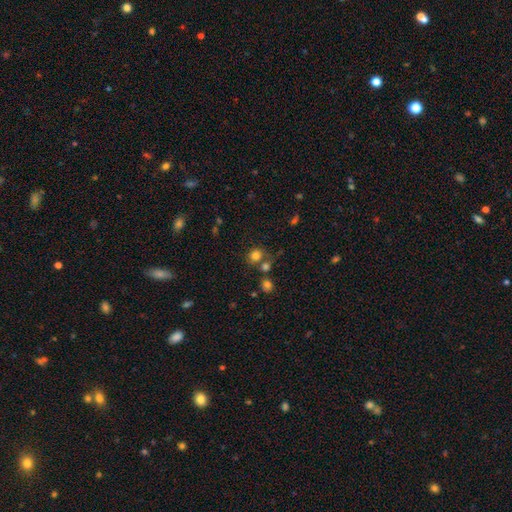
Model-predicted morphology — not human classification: The model was most divided on "merging": none: 60%, merger: 23%, minor disturbance: 11%, major disturbance: 6%. More confident: how rounded — round (82%); smooth or featured — smooth (79%).